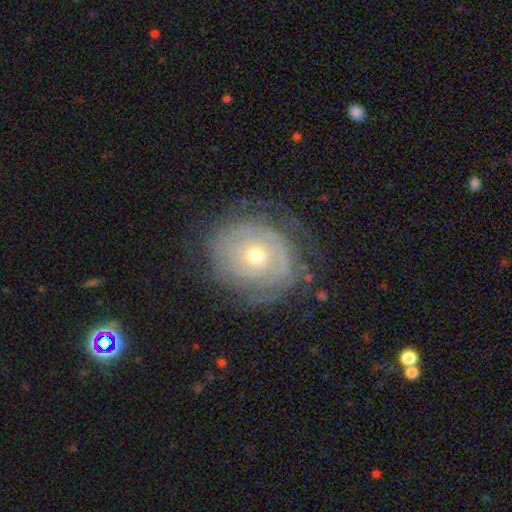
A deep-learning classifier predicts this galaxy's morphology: A featured or disk galaxy (76%) with no bar (83%), tight (79%) spiral arms (84%) and a moderate central bulge (50%).

Vote fractions:
- Smooth or featured? featured or disk: 76% / smooth: 16% / star or artifact: 7%
- Edge-on disk? no: 97% / yes: 3%
- Bar? no: 83% / weak: 13% / strong: 3%
- Spiral arms? yes: 84% / no: 16%
- Spiral winding? tight: 79% / medium: 15% / loose: 6%
- Spiral arm count? can't tell: 49% / 2: 22% / 3: 12% / 4: 6% / 1: 6% / more than 4: 5%
- Bulge size? moderate: 50% / small: 47% / large: 2% / none: 1% / dominant: 1%
- Merging? none: 71% / minor disturbance: 18% / major disturbance: 9% / merger: 1%